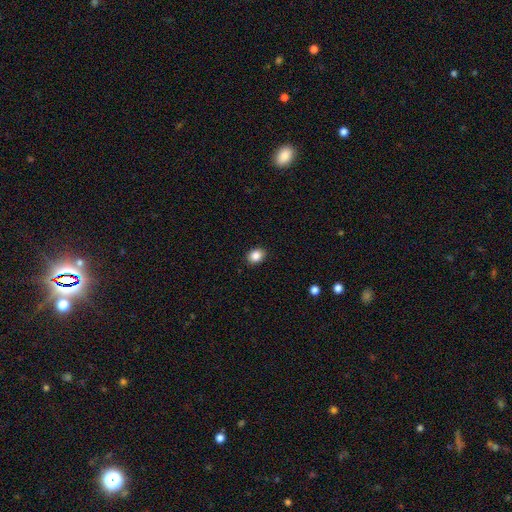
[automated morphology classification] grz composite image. It shows a smooth galaxy with no disk features (87%) that is in between round and cigar-shaped (55%). Merging: none (90%).